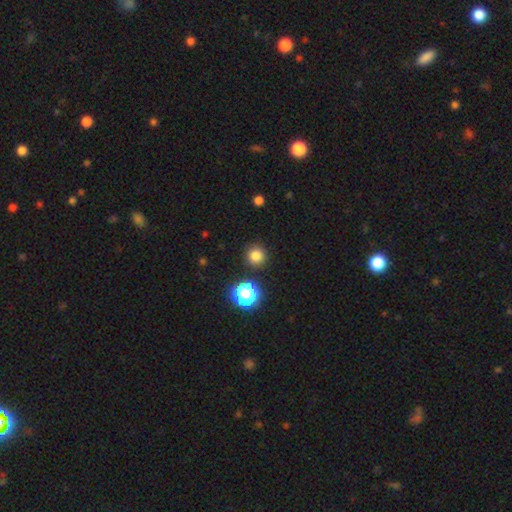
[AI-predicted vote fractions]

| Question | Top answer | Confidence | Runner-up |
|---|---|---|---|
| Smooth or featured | smooth | 79% | star or artifact (16%) |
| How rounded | round | 94% | in between (5%) |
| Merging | none | 90% | minor disturbance (5%) |